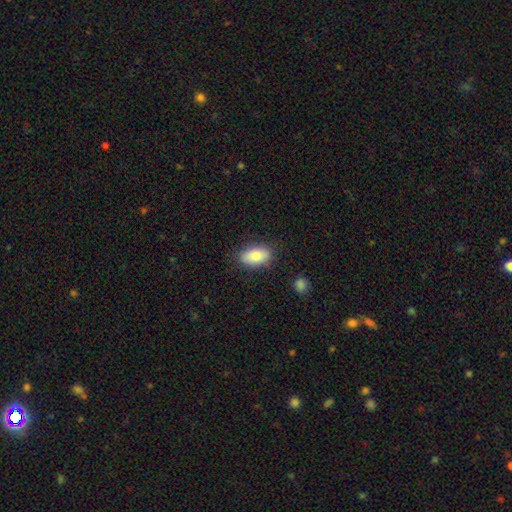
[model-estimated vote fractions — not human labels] A smooth galaxy with no disk features (83%) that is in between round and cigar-shaped (92%). Merging: none (83%).